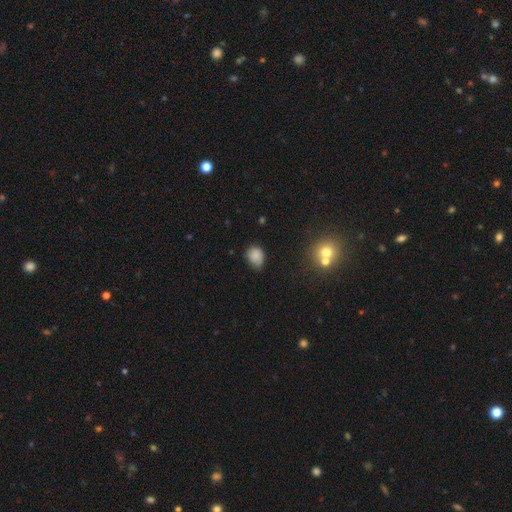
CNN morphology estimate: A smooth galaxy with no disk features (83%) that is in between round and cigar-shaped (60%).

Vote fractions:
- Smooth or featured? smooth: 83% / star or artifact: 11% / featured or disk: 6%
- How rounded? in between: 60% / round: 39% / cigar-shaped: 1%
- Merging? none: 55% / minor disturbance: 36% / major disturbance: 7% / merger: 3%